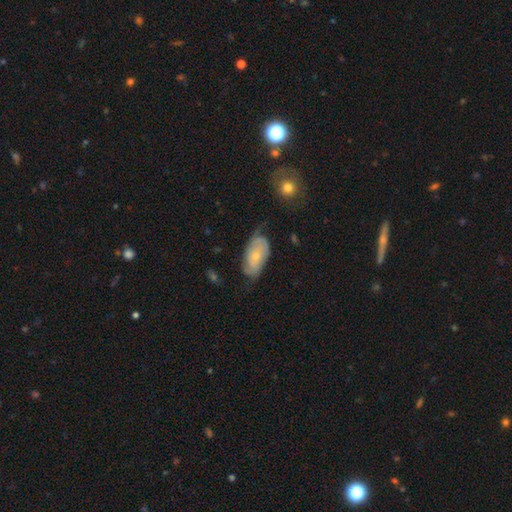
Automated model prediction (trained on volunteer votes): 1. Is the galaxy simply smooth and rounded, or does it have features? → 51% featured or disk, 42% smooth, 7% star or artifact.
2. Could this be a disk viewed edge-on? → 93% no, 7% yes.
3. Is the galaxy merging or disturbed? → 54% none, 32% minor disturbance, 12% major disturbance, 2% merger.